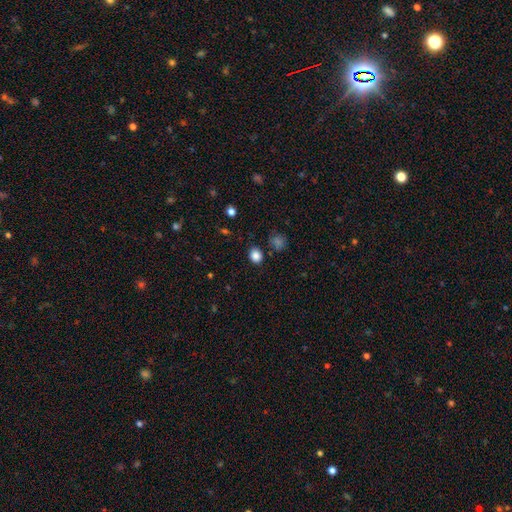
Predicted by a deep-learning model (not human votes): Smooth or featured: smooth — 85% (star or artifact — 12%)
How rounded: round — 66% (in between — 33%)
Merging: none — 83% (minor disturbance — 10%)